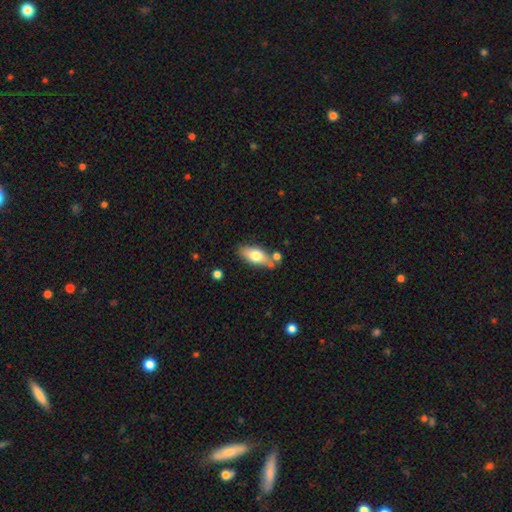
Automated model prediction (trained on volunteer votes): smooth 67%, featured or disk 27%, star or artifact 7%. Down the decision tree: how rounded — in between (80%); merging — none (68%).